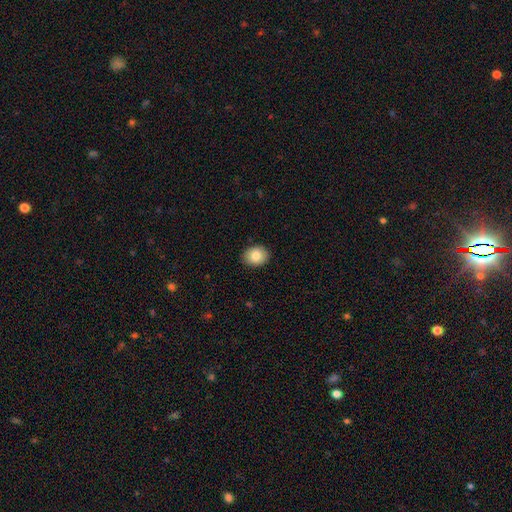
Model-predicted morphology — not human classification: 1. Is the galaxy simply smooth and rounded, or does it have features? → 84% smooth, 8% star or artifact, 8% featured or disk.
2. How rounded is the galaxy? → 52% in between, 47% round, 1% cigar-shaped.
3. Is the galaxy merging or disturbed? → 89% none, 8% minor disturbance, 2% major disturbance, 1% merger.